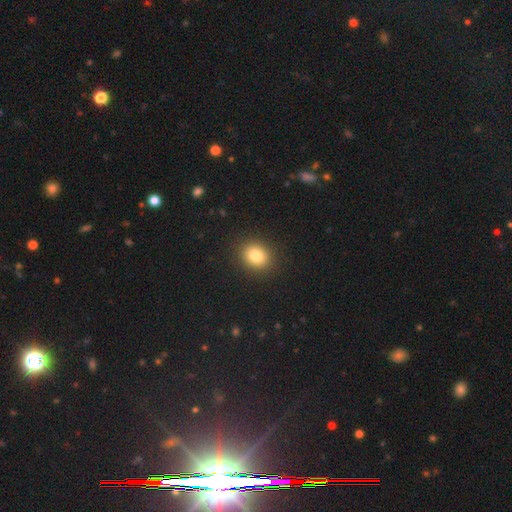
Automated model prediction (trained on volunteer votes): Smooth or featured? smooth (83%)
How rounded? round (65%)
Merging? none (90%)